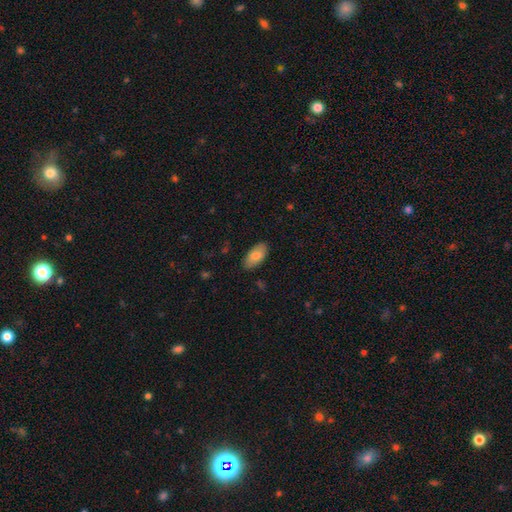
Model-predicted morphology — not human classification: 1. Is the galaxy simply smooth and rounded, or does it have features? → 83% smooth, 11% featured or disk, 6% star or artifact.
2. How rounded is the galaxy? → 94% in between, 4% cigar-shaped, 2% round.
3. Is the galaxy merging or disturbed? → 86% none, 10% minor disturbance, 2% major disturbance, 1% merger.